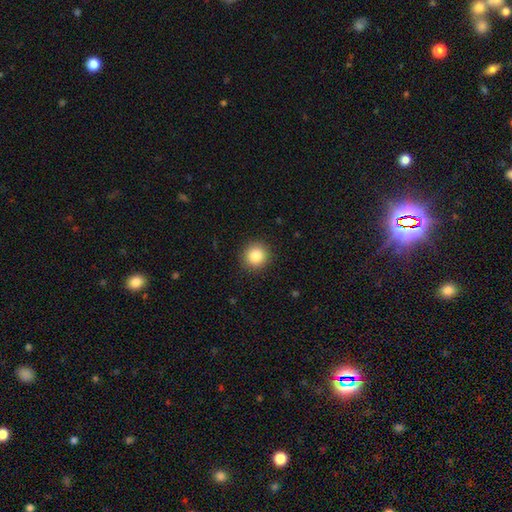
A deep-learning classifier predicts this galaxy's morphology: smooth_or_featured: smooth (p=0.85) [alt: star or artifact p=0.10]
how_rounded: round (p=0.93) [alt: in between p=0.06]
merging: none (p=0.91) [alt: minor disturbance p=0.06]